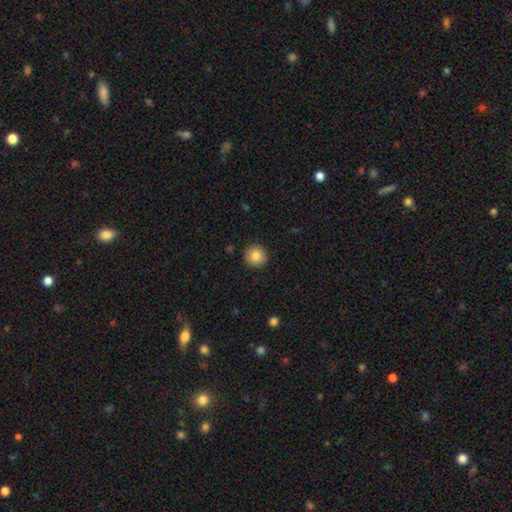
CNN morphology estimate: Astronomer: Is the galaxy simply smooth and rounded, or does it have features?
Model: smooth — 84%.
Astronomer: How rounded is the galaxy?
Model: round — 94%.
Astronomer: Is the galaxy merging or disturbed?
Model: none — 91%.